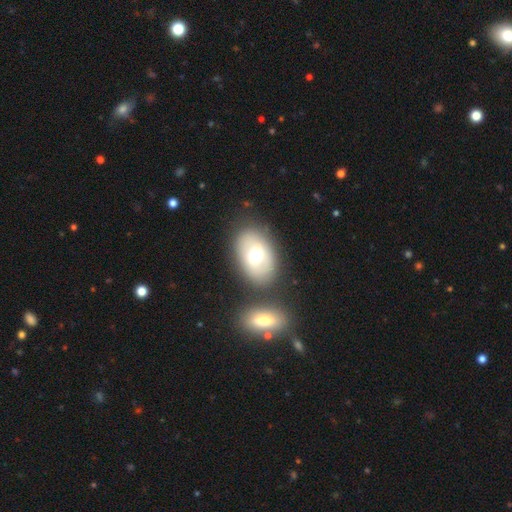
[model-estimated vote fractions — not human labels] This appears to be a smooth galaxy with no disk features (60%) that is in between round and cigar-shaped (81%). Merging: none (65%).